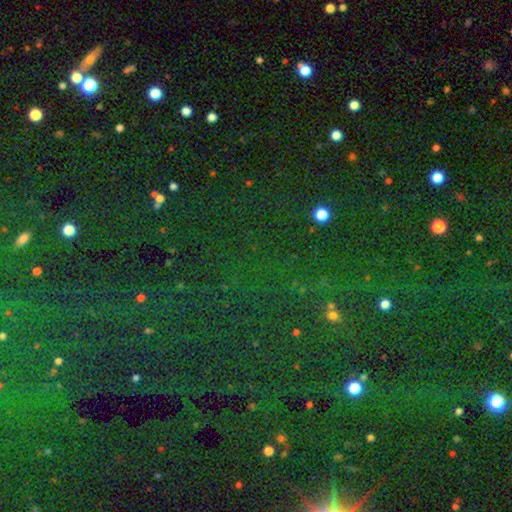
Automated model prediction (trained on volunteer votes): Smooth or featured?
  - star or artifact: 81% *
  - smooth: 12%
  - featured or disk: 7%